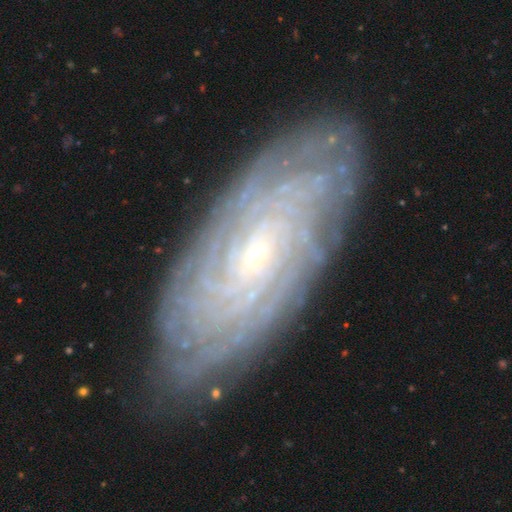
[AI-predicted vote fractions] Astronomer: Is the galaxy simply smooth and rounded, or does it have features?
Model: featured or disk — 85%.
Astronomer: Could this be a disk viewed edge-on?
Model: no — 92%.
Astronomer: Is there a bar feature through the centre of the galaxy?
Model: no — 64%.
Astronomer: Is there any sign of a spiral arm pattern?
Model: yes — 96%.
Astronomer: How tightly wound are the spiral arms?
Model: tight — 85%.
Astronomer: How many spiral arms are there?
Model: can't tell — 38% (runner-up: more than 4, 27%).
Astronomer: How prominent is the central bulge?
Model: small — 78%.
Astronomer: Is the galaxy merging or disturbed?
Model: none — 85%.